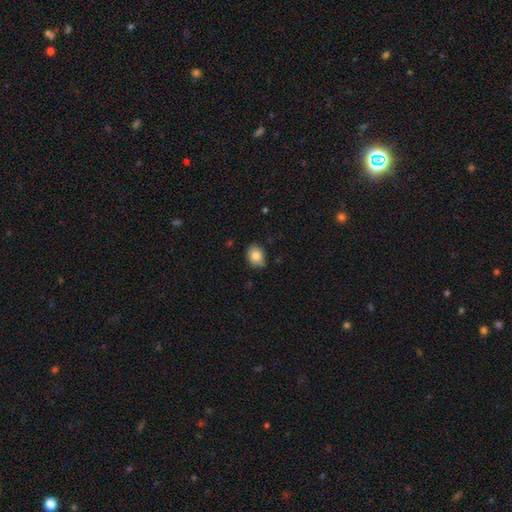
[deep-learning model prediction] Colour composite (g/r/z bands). It shows a smooth galaxy with no disk features (82%) that is in between round and cigar-shaped (55%). Merging: none (71%).